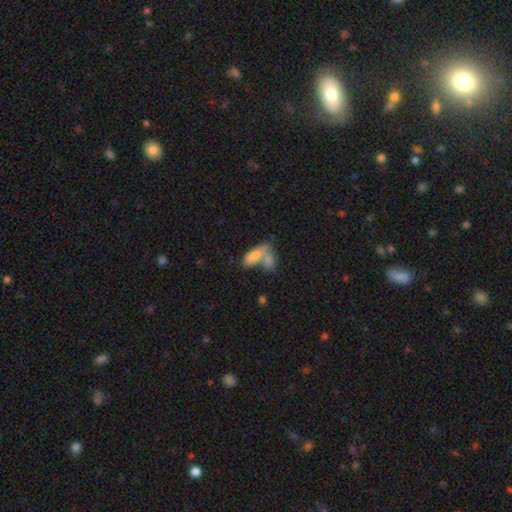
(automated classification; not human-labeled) This appears to be a smooth galaxy with no disk features (78%) that is in between round and cigar-shaped (81%). Merging: merger (62%).